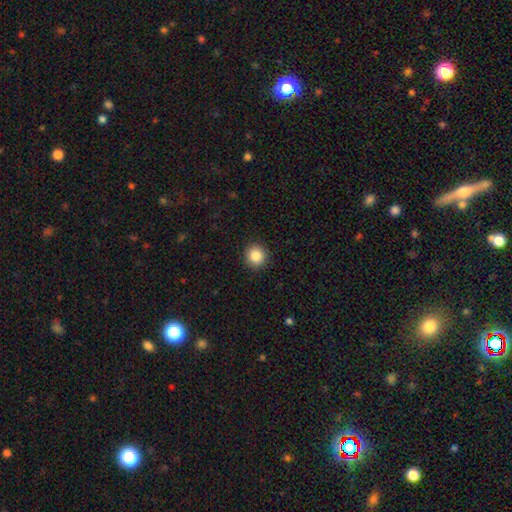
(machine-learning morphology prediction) Q: Smooth or featured?
A: smooth (86%); runner-up: star or artifact (10%)
Q: How rounded?
A: round (93%); runner-up: in between (6%)
Q: Merging?
A: none (92%); runner-up: minor disturbance (5%)